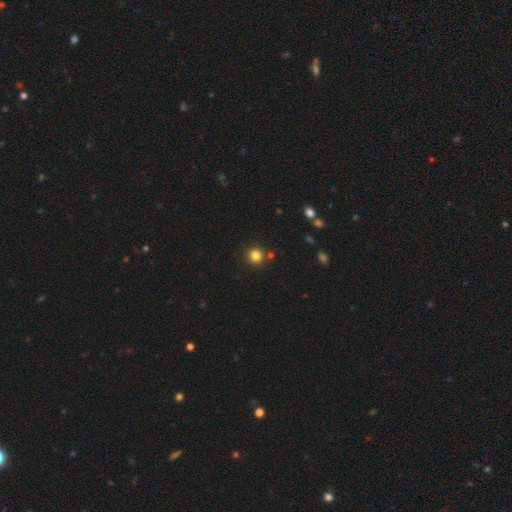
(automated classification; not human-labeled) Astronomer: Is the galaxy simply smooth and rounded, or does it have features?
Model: smooth — 82%.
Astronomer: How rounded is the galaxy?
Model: round — 95%.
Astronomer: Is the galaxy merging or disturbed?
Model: none — 87%.